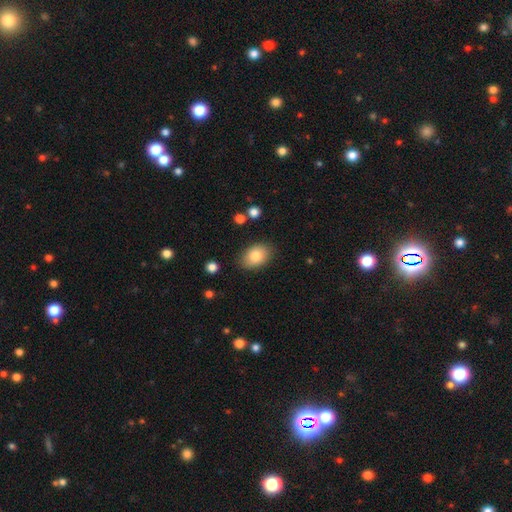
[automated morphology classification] smooth_or_featured: smooth (p=0.81) [alt: featured or disk p=0.11]
how_rounded: in between (p=0.84) [alt: round p=0.14]
merging: none (p=0.83) [alt: minor disturbance p=0.12]